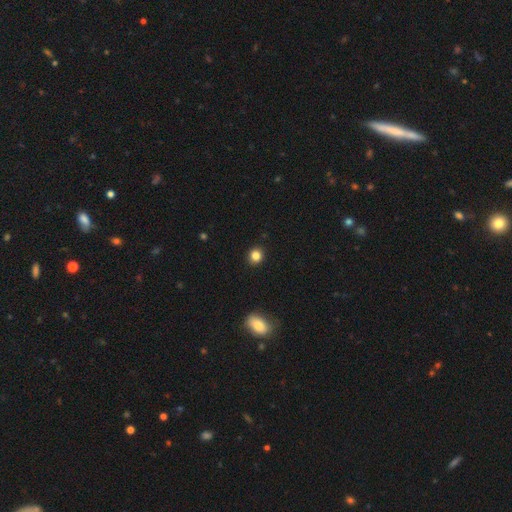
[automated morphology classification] type=smooth (84%); roundness=round (86%); merging=none (92%).